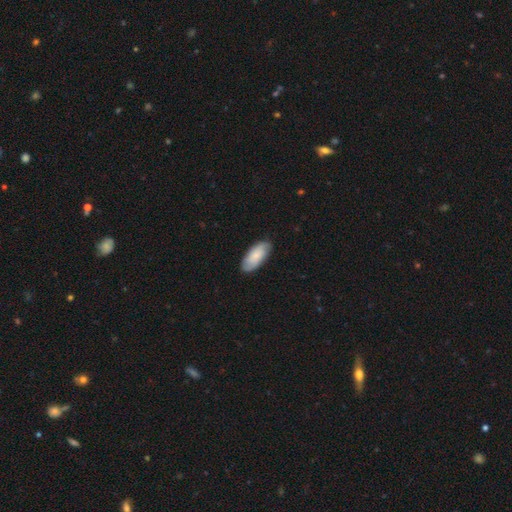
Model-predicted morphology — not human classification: Q: Smooth or featured?
A: smooth (66%); runner-up: featured or disk (28%)
Q: How rounded?
A: in between (88%); runner-up: cigar-shaped (10%)
Q: Merging?
A: none (83%); runner-up: minor disturbance (13%)